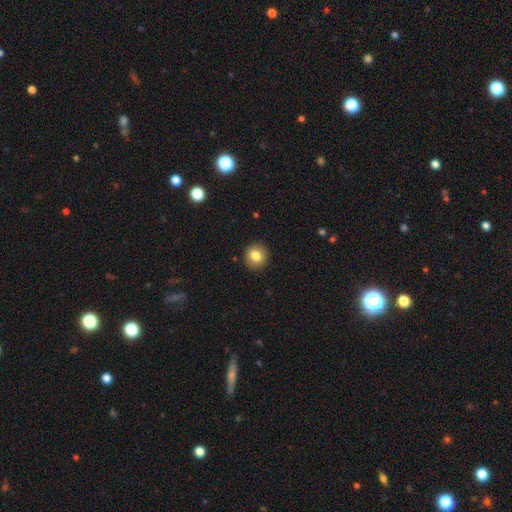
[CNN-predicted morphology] A smooth galaxy with no disk features (80%) that is round (88%). Merging: none (90%).